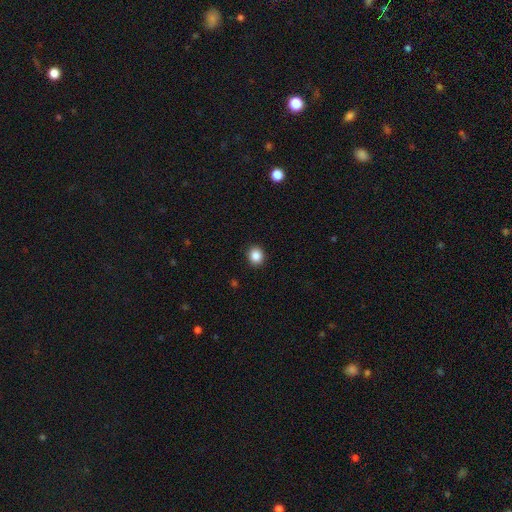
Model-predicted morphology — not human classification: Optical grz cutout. It shows a smooth galaxy with no disk features (87%) that is round (76%). Merging: none (91%).